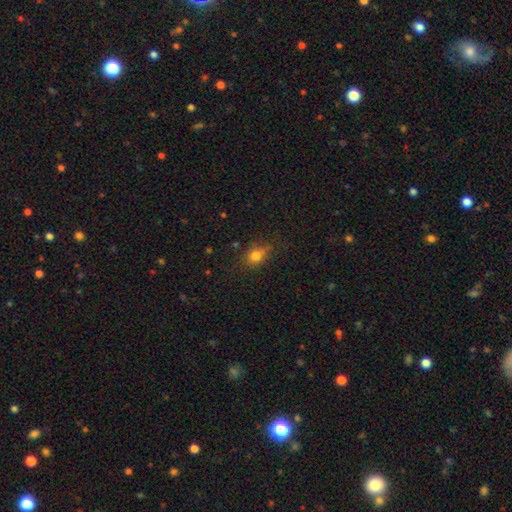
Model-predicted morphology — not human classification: Q: Smooth or featured?
A: smooth (75%); runner-up: star or artifact (15%)
Q: How rounded?
A: round (58%); runner-up: in between (40%)
Q: Merging?
A: none (66%); runner-up: minor disturbance (23%)